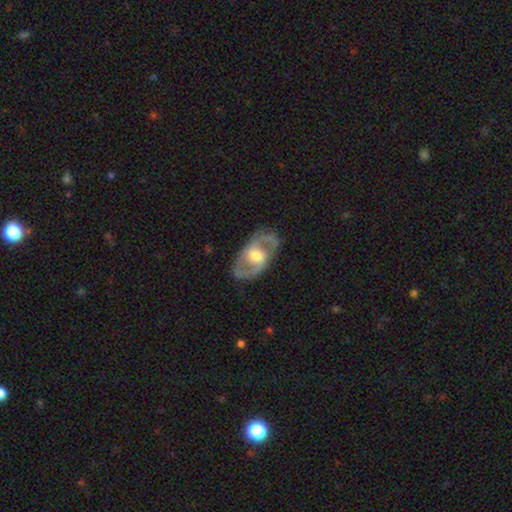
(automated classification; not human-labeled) The model was most divided on "bar": weak: 45%, no: 38%, strong: 17%. More confident: edge-on disk — no (94%); spiral arm count — 2 (89%); merging — none (83%); spiral arms — yes (83%); smooth or featured — featured or disk (81%); bulge size — moderate (65%); spiral winding — medium (56%).